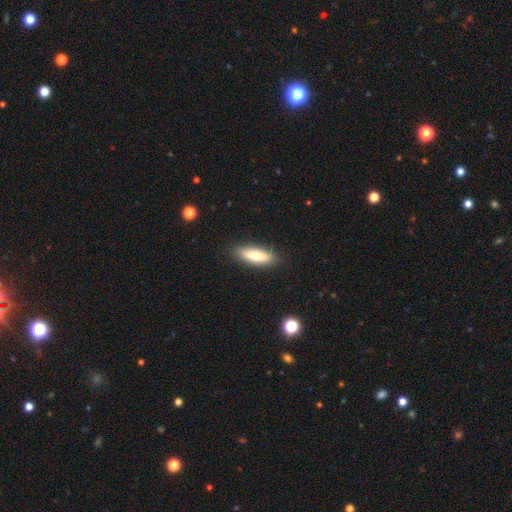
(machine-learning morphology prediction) smooth_or_featured: smooth (p=0.76) [alt: featured or disk p=0.17]
how_rounded: in between (p=0.50) [alt: cigar-shaped p=0.48]
merging: none (p=0.86) [alt: minor disturbance p=0.10]